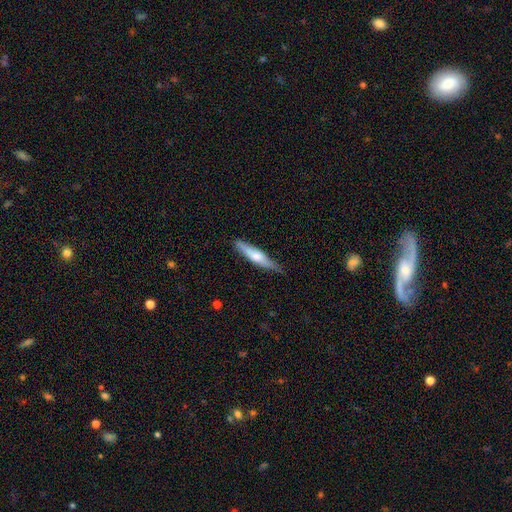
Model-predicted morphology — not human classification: This appears to be a smooth galaxy with no disk features (52%) that is cigar-shaped (84%). Merging: none (77%).